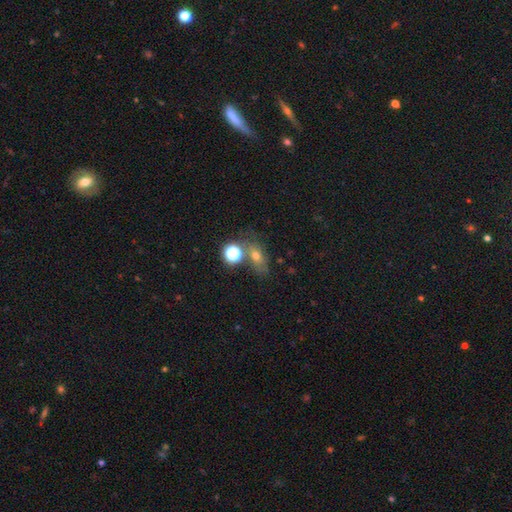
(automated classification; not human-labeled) smooth-or-featured: smooth: 56% | star or artifact: 25% | featured or disk: 18%
  how-rounded: in between: 59% | round: 35% | cigar-shaped: 6%
  merging: none: 55% | merger: 19% | minor disturbance: 16% | major disturbance: 9%